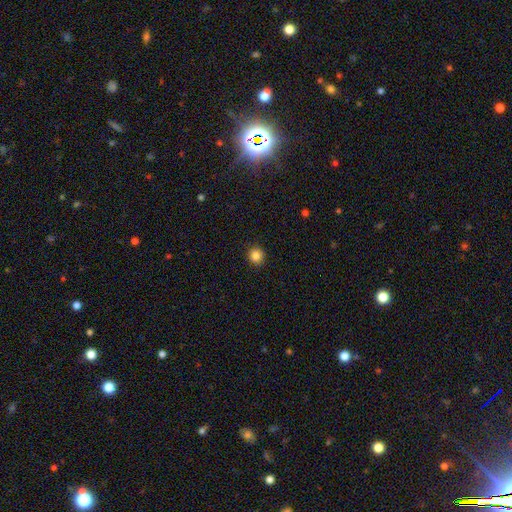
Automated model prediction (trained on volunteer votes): This is clearly a smooth galaxy (85%). How rounded: clearly round (92%). Merging: clearly none (92%).